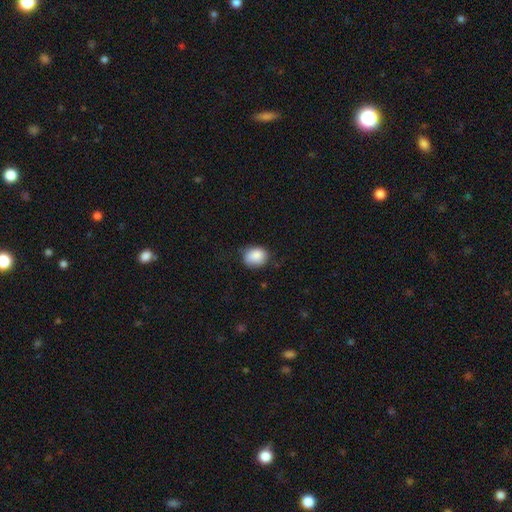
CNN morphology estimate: Q: Smooth or featured?
A: smooth (88%); runner-up: star or artifact (7%)
Q: How rounded?
A: in between (53%); runner-up: round (46%)
Q: Merging?
A: none (70%); runner-up: minor disturbance (24%)